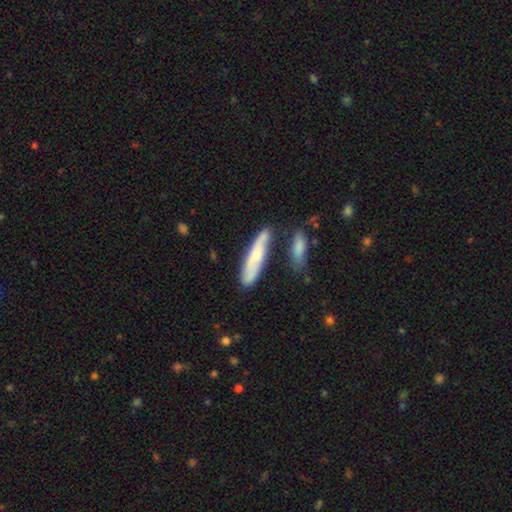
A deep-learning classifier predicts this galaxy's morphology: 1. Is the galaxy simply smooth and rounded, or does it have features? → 64% smooth, 30% featured or disk, 6% star or artifact.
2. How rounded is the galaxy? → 78% cigar-shaped, 21% in between, 2% round.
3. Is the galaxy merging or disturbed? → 64% none, 20% minor disturbance, 11% merger, 5% major disturbance.